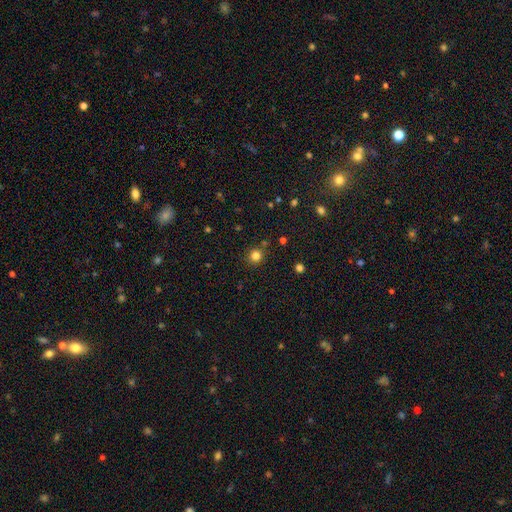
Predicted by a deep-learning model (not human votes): The model was most divided on "smooth or featured": smooth: 81%, star or artifact: 14%, featured or disk: 5%. More confident: how rounded — round (92%); merging — none (86%).